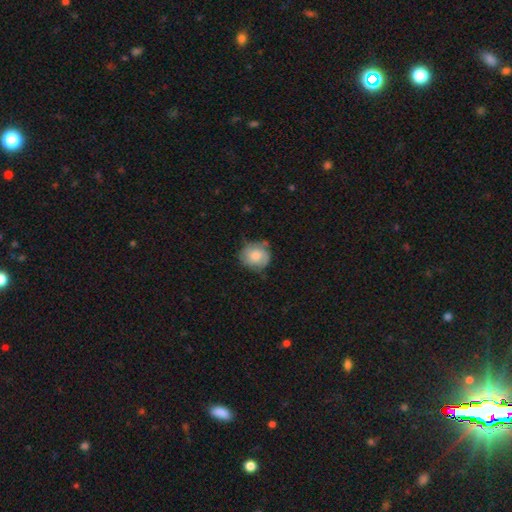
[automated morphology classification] A smooth galaxy with no disk features (53%) that is round (78%).

Vote fractions:
- Smooth or featured? smooth: 53% / featured or disk: 40% / star or artifact: 7%
- How rounded? round: 78% / in between: 21% / cigar-shaped: 1%
- Merging? none: 64% / minor disturbance: 26% / major disturbance: 8% / merger: 2%